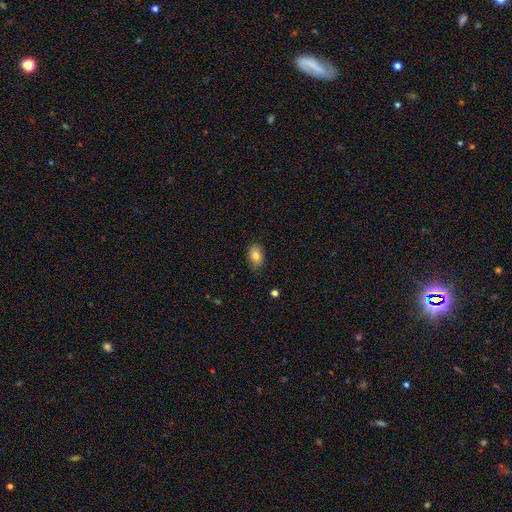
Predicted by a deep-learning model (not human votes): Morphology: type=smooth (82%); roundness=in between (83%); merging=none (80%).